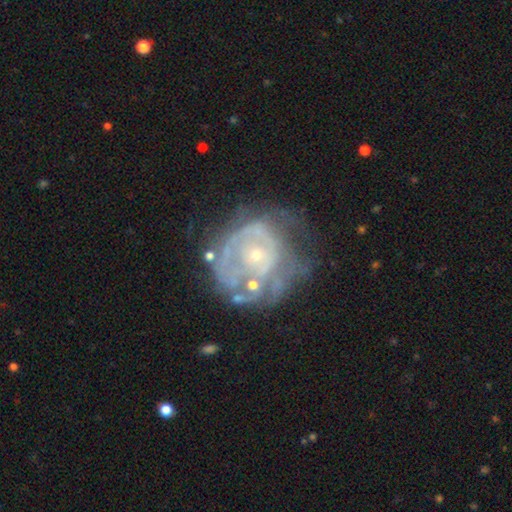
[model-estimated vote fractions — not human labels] Smooth or featured? featured or disk (74%)
Edge-on disk? no (97%)
Bar? no (84%)
Spiral arms? yes (51%)
Bulge size? small (71%)
Merging? none (37%)